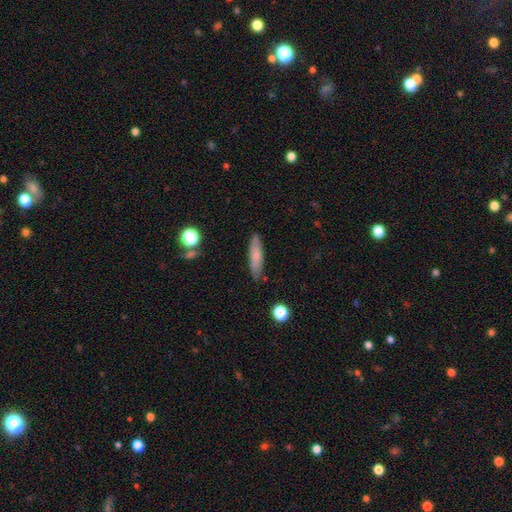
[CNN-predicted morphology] Smooth or featured: smooth — 75% (featured or disk — 18%)
How rounded: cigar-shaped — 77% (in between — 21%)
Merging: none — 84% (minor disturbance — 12%)